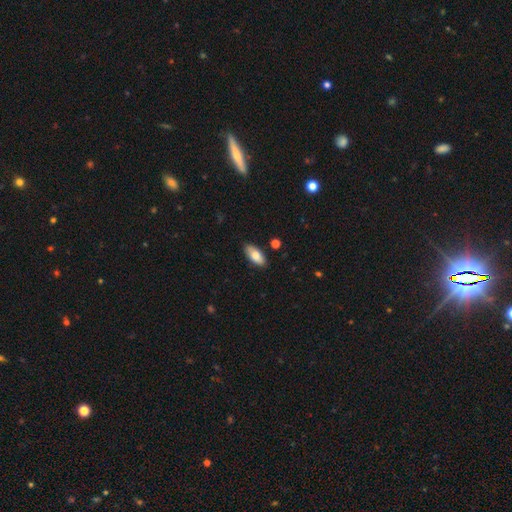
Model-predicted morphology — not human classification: smooth-or-featured: smooth: 80% | featured or disk: 14% | star or artifact: 6%
  how-rounded: in between: 88% | cigar-shaped: 10% | round: 2%
  merging: none: 84% | minor disturbance: 12% | major disturbance: 2% | merger: 2%